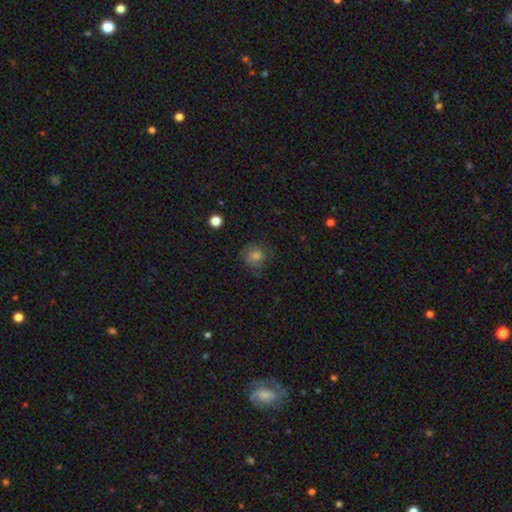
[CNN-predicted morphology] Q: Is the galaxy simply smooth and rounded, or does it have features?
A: smooth — 66%.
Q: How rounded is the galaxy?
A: round — 86%.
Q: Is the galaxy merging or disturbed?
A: none — 77%.